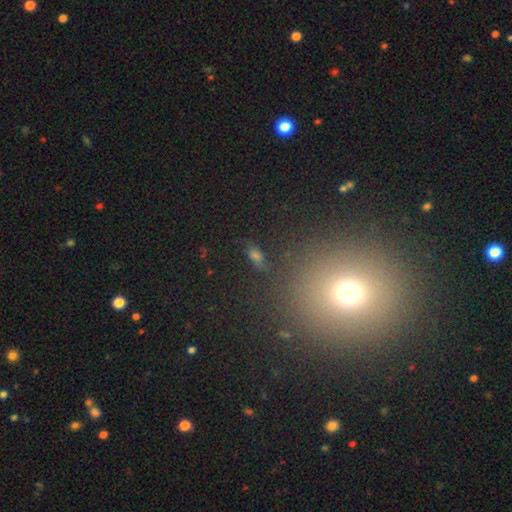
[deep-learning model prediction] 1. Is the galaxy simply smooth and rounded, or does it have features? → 56% smooth, 26% star or artifact, 18% featured or disk.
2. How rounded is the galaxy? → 75% in between, 13% cigar-shaped, 12% round.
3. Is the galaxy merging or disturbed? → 67% none, 16% minor disturbance, 9% major disturbance, 7% merger.